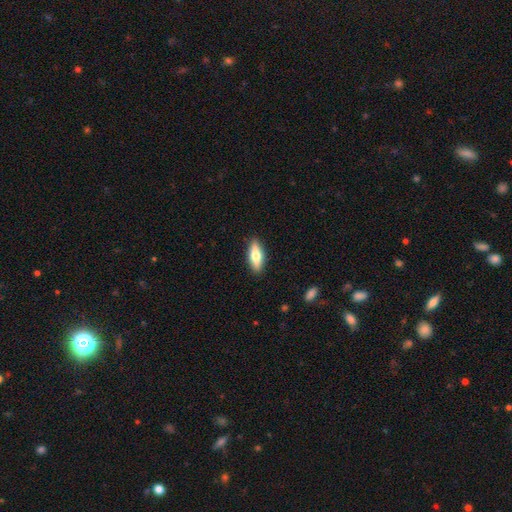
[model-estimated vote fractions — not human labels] Smooth or featured? smooth (59%)
How rounded? in between (56%)
Merging? none (89%)